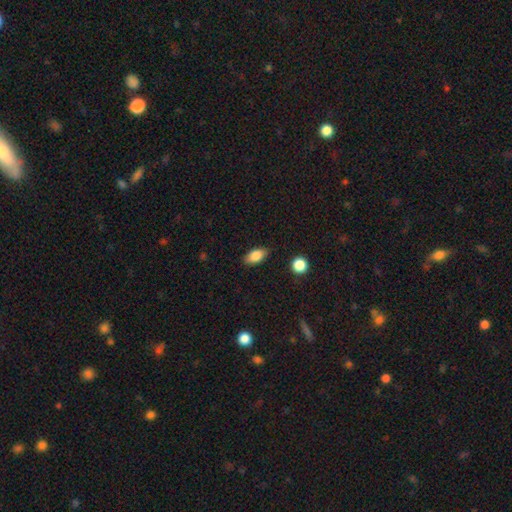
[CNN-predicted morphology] smooth-or-featured: smooth: 83% | featured or disk: 9% | star or artifact: 8%
  how-rounded: in between: 88% | round: 6% | cigar-shaped: 6%
  merging: none: 84% | minor disturbance: 11% | major disturbance: 3% | merger: 2%